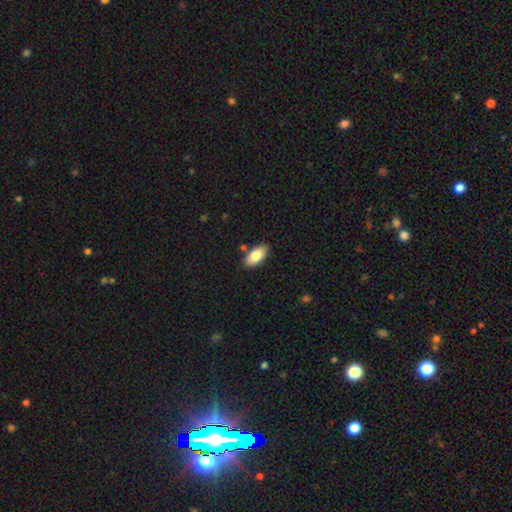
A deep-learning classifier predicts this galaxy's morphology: This is clearly a smooth galaxy (82%). How rounded: clearly in between (91%). Merging: clearly none (85%).